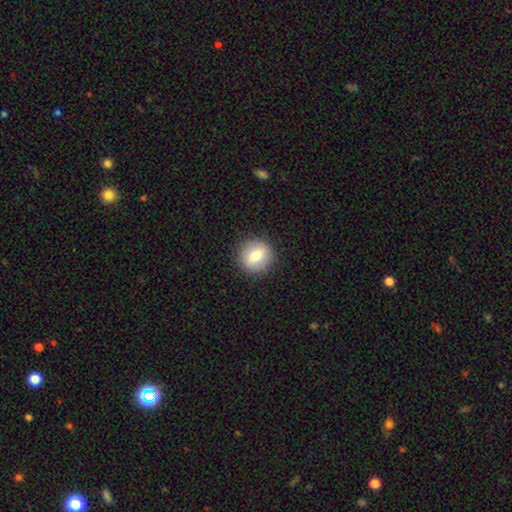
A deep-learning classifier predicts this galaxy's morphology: This appears to be a smooth galaxy with no disk features (76%) that is round (80%). Merging: none (88%).